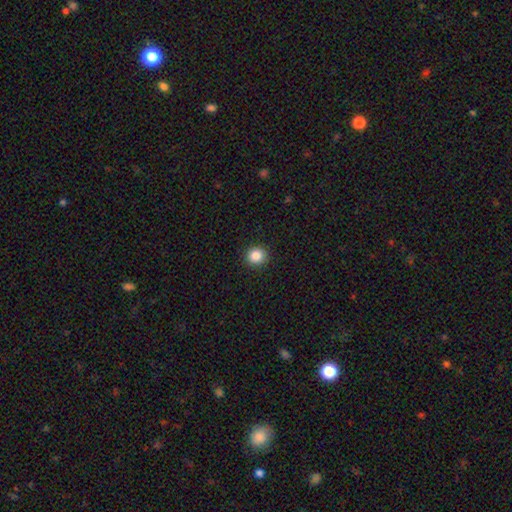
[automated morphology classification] Smooth or featured?
  - smooth: 85% *
  - star or artifact: 10%
  - featured or disk: 5%
How rounded?
  - round: 85% *
  - in between: 14%
  - cigar-shaped: 1%
Merging?
  - none: 92% *
  - minor disturbance: 5%
  - major disturbance: 2%
  - merger: 1%